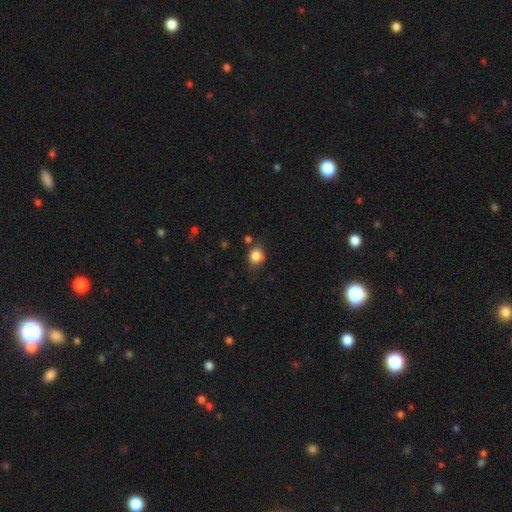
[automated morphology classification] Smooth or featured? Predicted: smooth (p=0.84). How rounded? Predicted: round (p=0.69). Merging? Predicted: none (p=0.67).